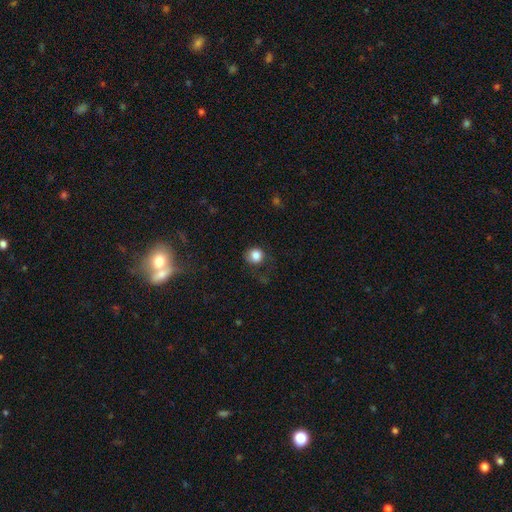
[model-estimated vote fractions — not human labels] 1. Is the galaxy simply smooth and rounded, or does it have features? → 83% smooth, 10% star or artifact, 6% featured or disk.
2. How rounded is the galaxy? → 83% round, 16% in between, 1% cigar-shaped.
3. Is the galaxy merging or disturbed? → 63% none, 22% minor disturbance, 13% major disturbance, 2% merger.